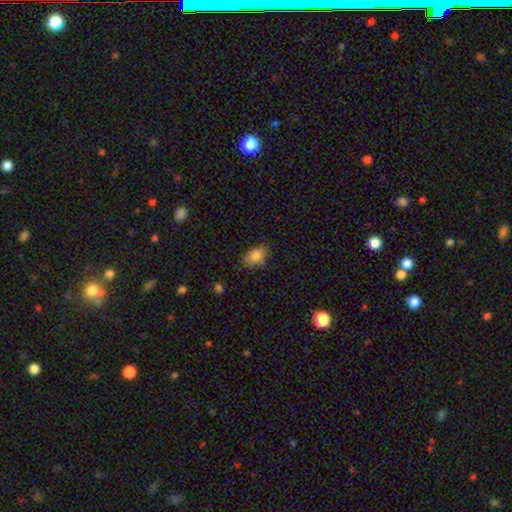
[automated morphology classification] smooth_or_featured: smooth (p=0.84) [alt: star or artifact p=0.09]
how_rounded: in between (p=0.74) [alt: round p=0.25]
merging: none (p=0.76) [alt: minor disturbance p=0.19]